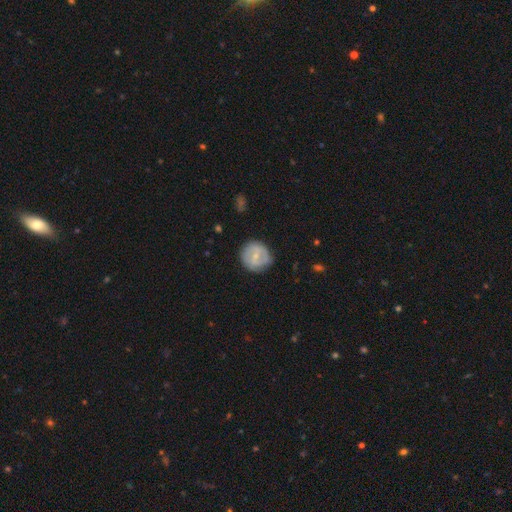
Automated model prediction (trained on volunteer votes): Overall: featured or disk (55%; smooth 39%). Edge-on disk: no (97%). Bar: weak (50%; no 30%). Spiral arms: yes (67%; no 33%). Bulge size: small (65%; moderate 29%). Merging: none (78%).